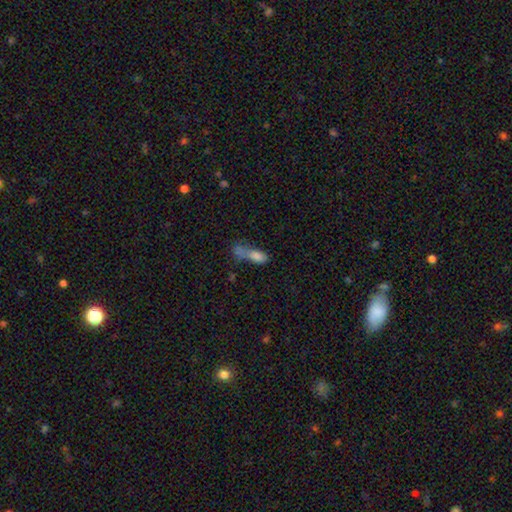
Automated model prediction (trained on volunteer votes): smooth 69%, featured or disk 18%, star or artifact 13%. Down the decision tree: how rounded — in between (63%); merging — merger (54%).